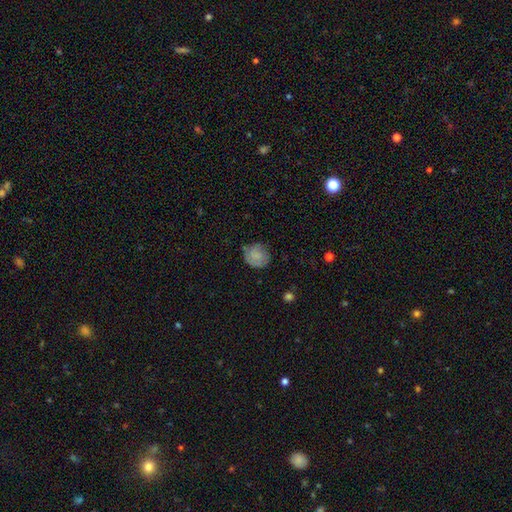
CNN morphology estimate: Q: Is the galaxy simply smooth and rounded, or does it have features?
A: smooth — 70%.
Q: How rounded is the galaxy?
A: round — 84%.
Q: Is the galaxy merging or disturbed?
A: none — 73%.